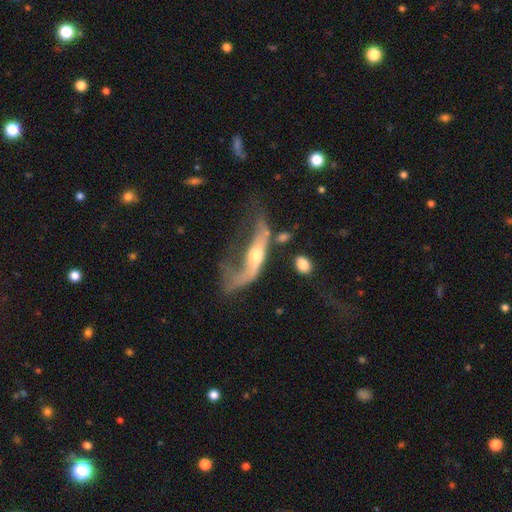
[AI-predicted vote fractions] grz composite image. It shows a featured or disk galaxy (66%). Merging: major disturbance (50%).